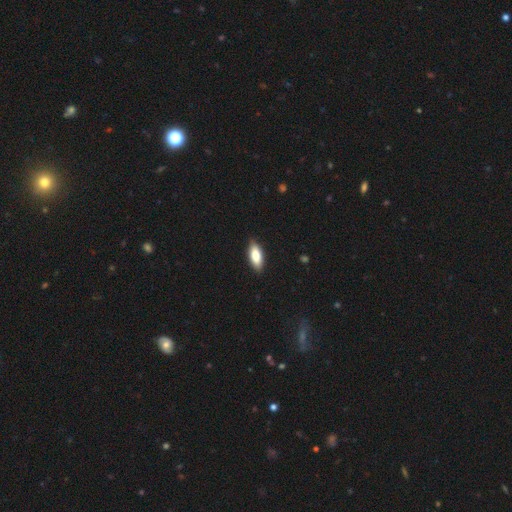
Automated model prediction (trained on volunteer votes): Smooth or featured?
  - smooth: 80% *
  - featured or disk: 14%
  - star or artifact: 6%
How rounded?
  - in between: 79% *
  - cigar-shaped: 19%
  - round: 2%
Merging?
  - none: 87% *
  - minor disturbance: 10%
  - major disturbance: 2%
  - merger: 1%